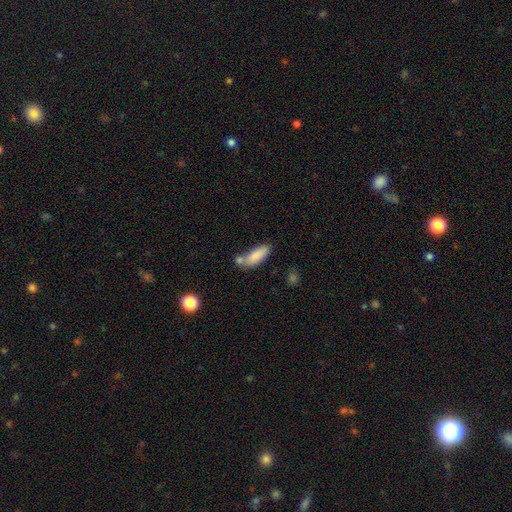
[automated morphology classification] Smooth or featured?
  - smooth: 84% *
  - featured or disk: 9%
  - star or artifact: 7%
How rounded?
  - in between: 64% *
  - cigar-shaped: 34%
  - round: 2%
Merging?
  - none: 51% *
  - merger: 25%
  - minor disturbance: 19%
  - major disturbance: 6%